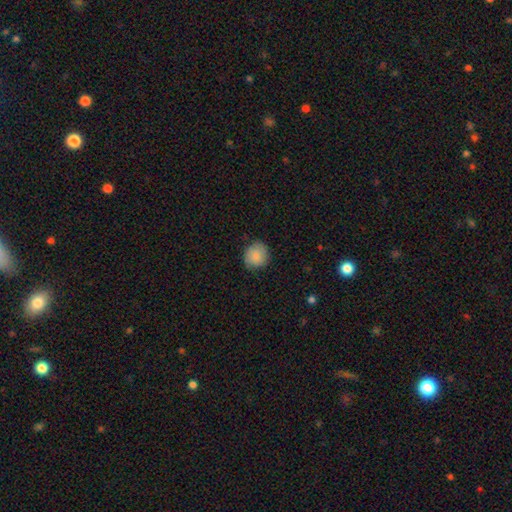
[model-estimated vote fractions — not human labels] smooth 85%, featured or disk 7%, star or artifact 7%. Down the decision tree: how rounded — round (86%); merging — none (80%).